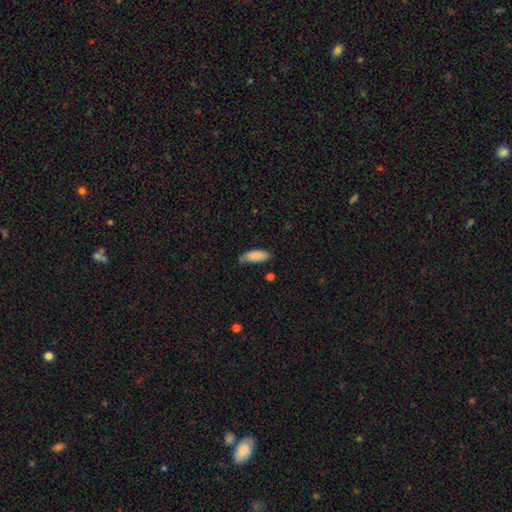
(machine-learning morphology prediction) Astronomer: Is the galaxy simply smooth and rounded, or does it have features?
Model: smooth — 86%.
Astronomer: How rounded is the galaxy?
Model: in between — 76%.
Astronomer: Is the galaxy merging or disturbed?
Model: none — 60%.